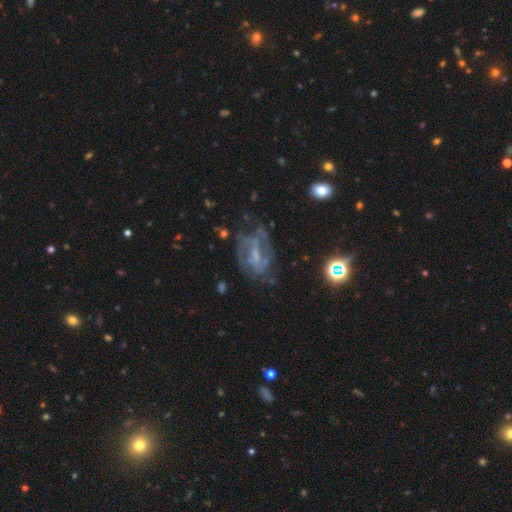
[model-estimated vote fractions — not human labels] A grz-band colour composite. It shows a featured or disk galaxy (73%) with a weak bar (44%), medium (43%) spiral arms (73%) and a small central bulge (41%). Merging: none (51%).